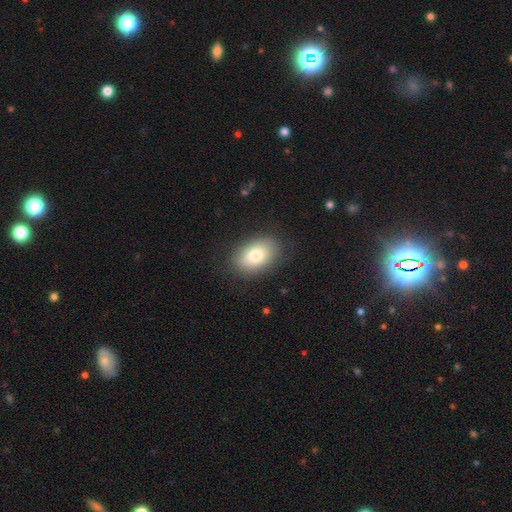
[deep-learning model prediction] This is likely a smooth galaxy (79%). How rounded: clearly in between (87%). Merging: clearly none (83%).